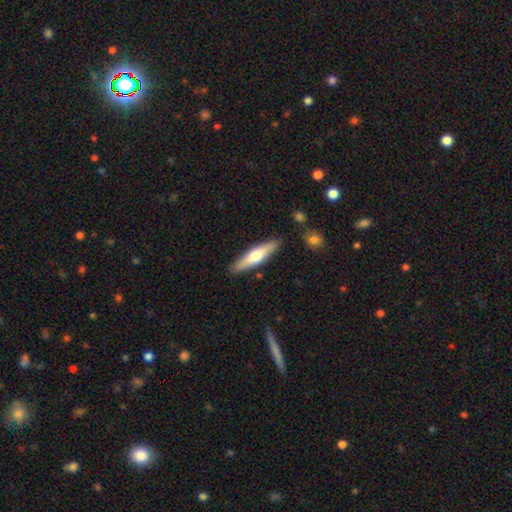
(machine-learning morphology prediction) Q: Smooth or featured?
A: smooth (53%); runner-up: featured or disk (42%)
Q: How rounded?
A: cigar-shaped (77%); runner-up: in between (21%)
Q: Merging?
A: none (87%); runner-up: minor disturbance (9%)